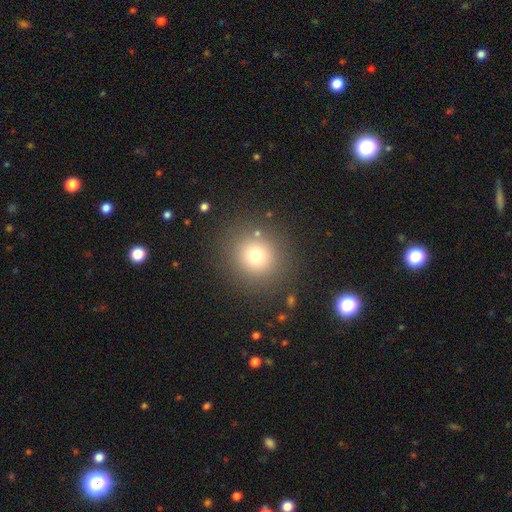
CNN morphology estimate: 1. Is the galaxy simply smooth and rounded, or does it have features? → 72% smooth, 17% star or artifact, 11% featured or disk.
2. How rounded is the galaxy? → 91% round, 8% in between, 1% cigar-shaped.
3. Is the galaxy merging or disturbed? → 86% none, 7% minor disturbance, 4% major disturbance, 3% merger.